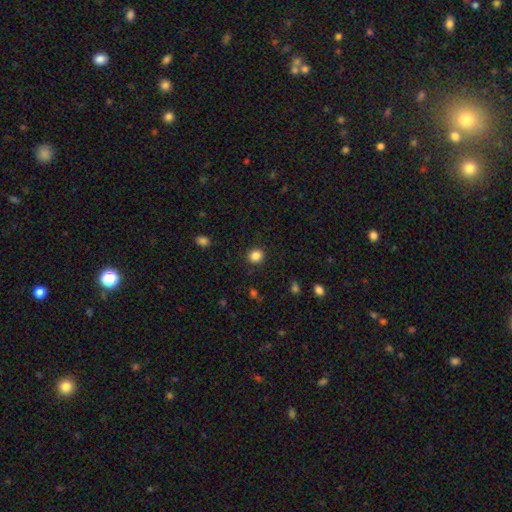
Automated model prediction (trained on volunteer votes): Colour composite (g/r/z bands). It shows a smooth galaxy with no disk features (85%) that is round (85%). Merging: none (90%).